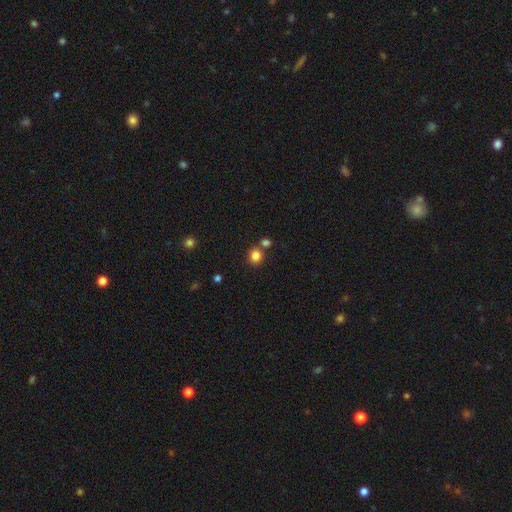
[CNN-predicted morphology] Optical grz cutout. It shows a smooth galaxy with no disk features (84%) that is round (84%). Merging: none (71%).